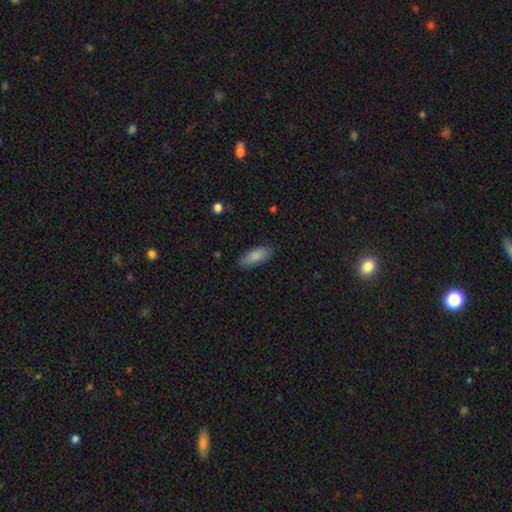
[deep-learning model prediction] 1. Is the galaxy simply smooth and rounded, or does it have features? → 86% smooth, 8% featured or disk, 6% star or artifact.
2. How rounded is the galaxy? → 78% in between, 21% cigar-shaped, 2% round.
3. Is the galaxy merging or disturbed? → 83% none, 13% minor disturbance, 3% major disturbance, 1% merger.